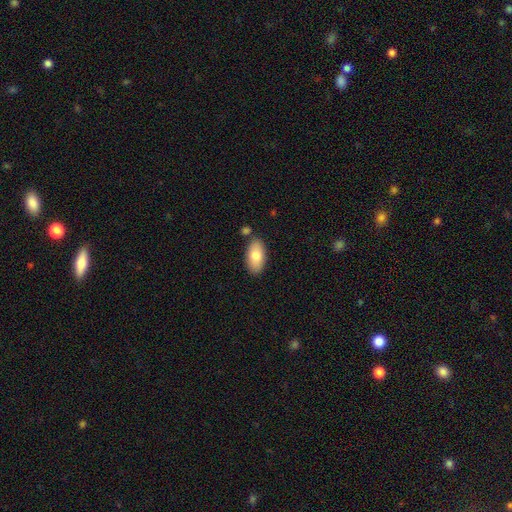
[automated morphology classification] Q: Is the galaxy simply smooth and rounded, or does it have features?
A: smooth — 79%.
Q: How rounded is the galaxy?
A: in between — 94%.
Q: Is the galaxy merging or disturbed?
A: none — 81%.